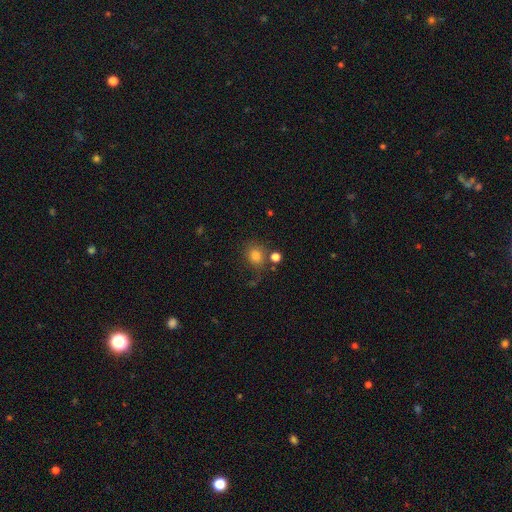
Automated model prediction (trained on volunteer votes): Smooth or featured?
  - smooth: 79% *
  - star or artifact: 13%
  - featured or disk: 8%
How rounded?
  - round: 70% *
  - in between: 29%
  - cigar-shaped: 1%
Merging?
  - none: 64% *
  - minor disturbance: 17%
  - merger: 11%
  - major disturbance: 9%